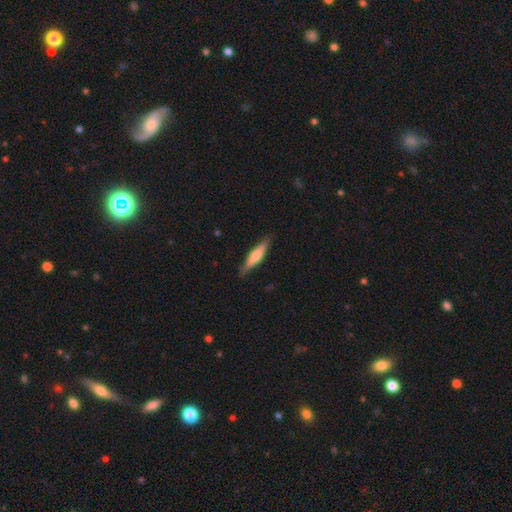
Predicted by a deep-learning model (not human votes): A smooth galaxy with no disk features (54%) that is cigar-shaped (80%).

Vote fractions:
- Smooth or featured? smooth: 54% / featured or disk: 40% / star or artifact: 5%
- How rounded? cigar-shaped: 80% / in between: 18% / round: 2%
- Merging? none: 84% / minor disturbance: 12% / major disturbance: 2% / merger: 1%